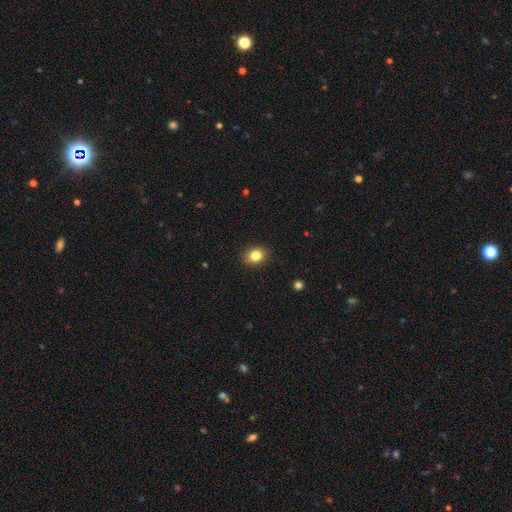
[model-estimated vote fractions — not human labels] A smooth galaxy with no disk features (83%) that is in between round and cigar-shaped (53%). Merging: none (90%).